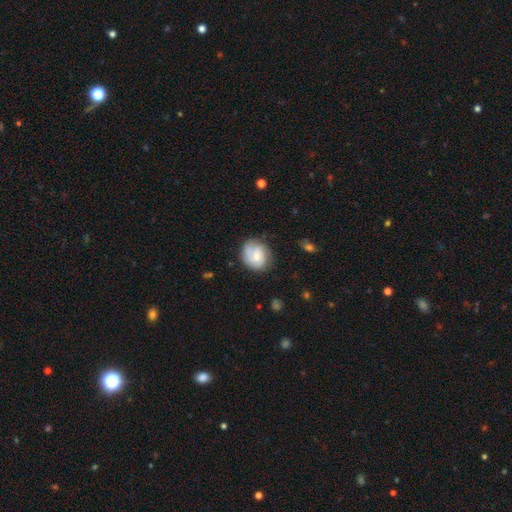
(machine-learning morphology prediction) This is possibly a smooth galaxy (52%). How rounded: likely round (66%). Merging: likely none (72%).